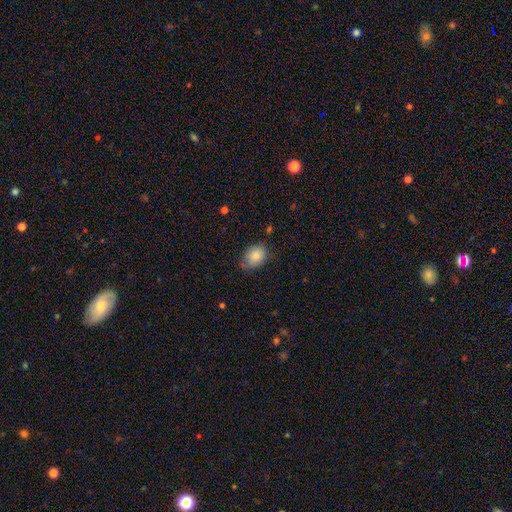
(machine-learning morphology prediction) Smooth or featured: smooth — 86% (star or artifact — 8%)
How rounded: in between — 64% (round — 35%)
Merging: none — 73% (minor disturbance — 21%)